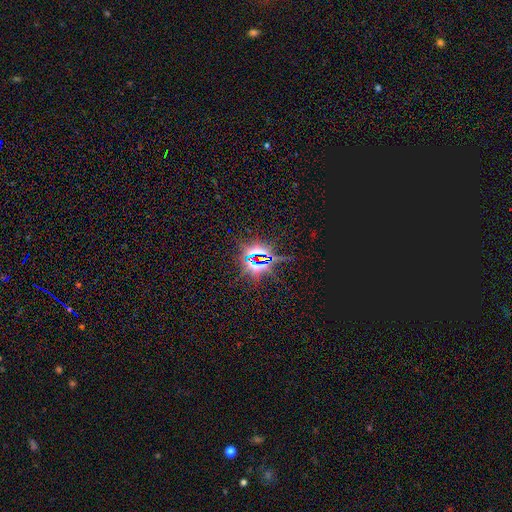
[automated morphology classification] The model was most divided on "smooth or featured": star or artifact: 79%, smooth: 13%, featured or disk: 9%.